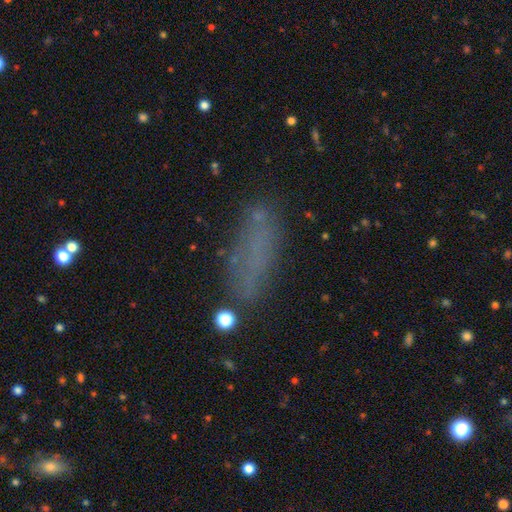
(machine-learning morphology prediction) A smooth galaxy with no disk features (61%) that is cigar-shaped (55%).

Vote fractions:
- Smooth or featured? smooth: 61% / featured or disk: 19% / star or artifact: 19%
- How rounded? cigar-shaped: 55% / in between: 42% / round: 3%
- Merging? none: 68% / minor disturbance: 18% / major disturbance: 10% / merger: 4%